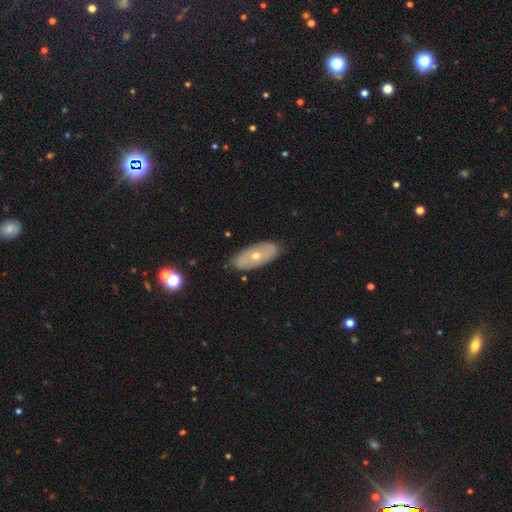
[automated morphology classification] Smooth or featured?
  - smooth: 46% * (tied)
  - featured or disk: 46% * (tied)
  - star or artifact: 8%
Merging?
  - none: 86% *
  - minor disturbance: 10%
  - major disturbance: 2%
  - merger: 1%